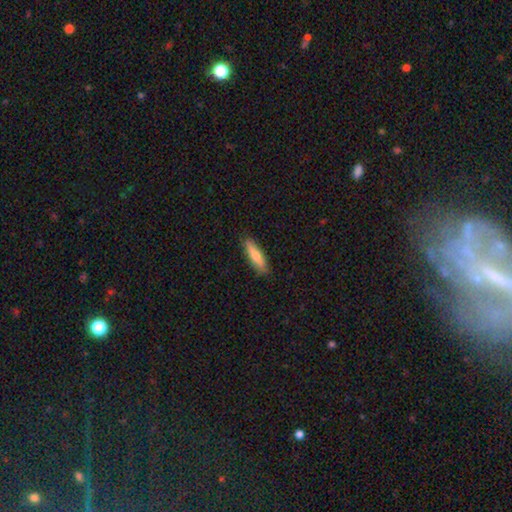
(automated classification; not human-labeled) Overall: smooth (66%; featured or disk 29%). How rounded: cigar-shaped (74%). Merging: none (88%).